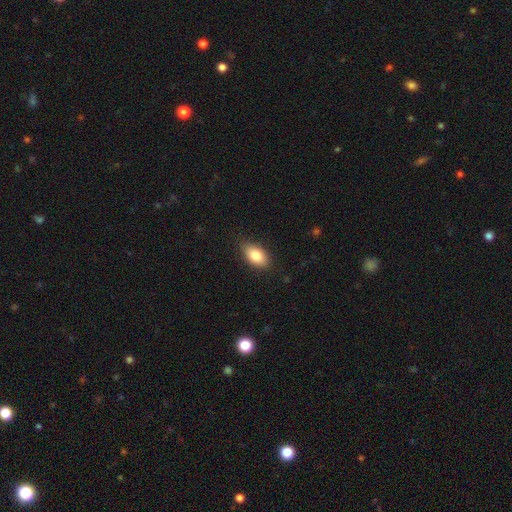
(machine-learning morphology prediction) Q: Smooth or featured?
A: smooth (82%); runner-up: featured or disk (11%)
Q: How rounded?
A: in between (90%); runner-up: round (7%)
Q: Merging?
A: none (82%); runner-up: minor disturbance (14%)